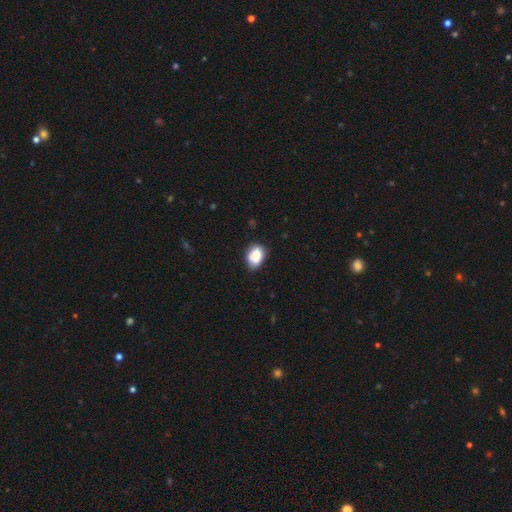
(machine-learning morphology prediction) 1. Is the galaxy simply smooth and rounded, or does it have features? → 85% smooth, 8% star or artifact, 7% featured or disk.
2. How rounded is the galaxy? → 75% in between, 24% round, 1% cigar-shaped.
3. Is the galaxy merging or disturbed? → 65% none, 26% minor disturbance, 5% major disturbance, 3% merger.